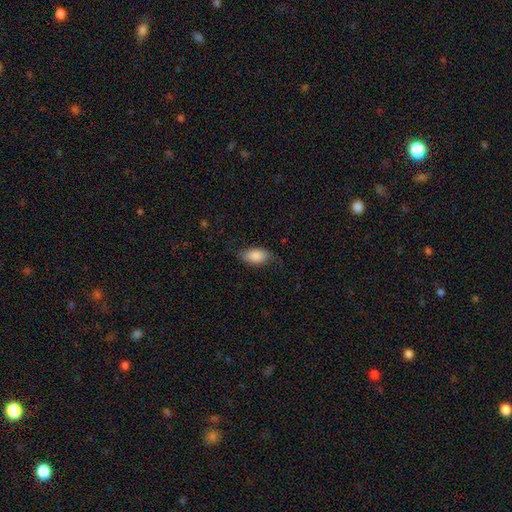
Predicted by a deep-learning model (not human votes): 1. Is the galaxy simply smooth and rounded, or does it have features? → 85% smooth, 9% featured or disk, 6% star or artifact.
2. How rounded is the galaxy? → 92% in between, 4% round, 4% cigar-shaped.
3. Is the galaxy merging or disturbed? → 72% none, 21% minor disturbance, 6% major disturbance, 1% merger.